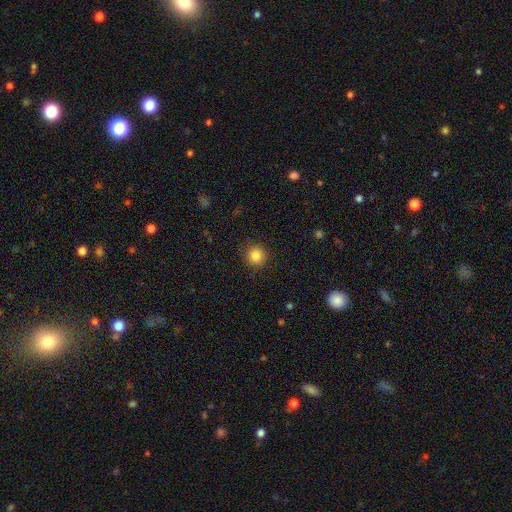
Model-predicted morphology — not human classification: A smooth galaxy with no disk features (85%) that is round (93%).

Vote fractions:
- Smooth or featured? smooth: 85% / star or artifact: 11% / featured or disk: 5%
- How rounded? round: 93% / in between: 6% / cigar-shaped: 1%
- Merging? none: 91% / minor disturbance: 6% / major disturbance: 2% / merger: 1%